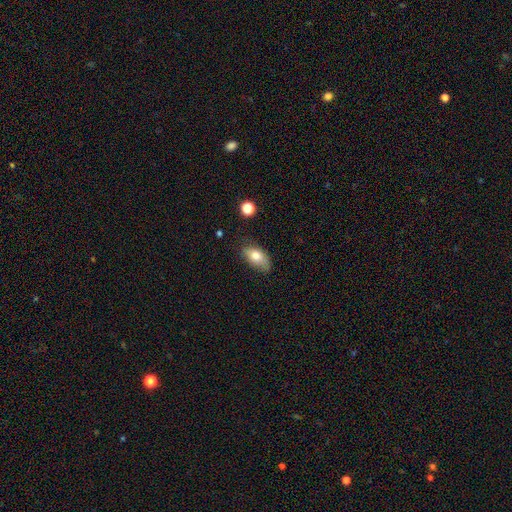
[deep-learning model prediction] Smooth or featured? smooth (76%)
How rounded? in between (90%)
Merging? none (63%)